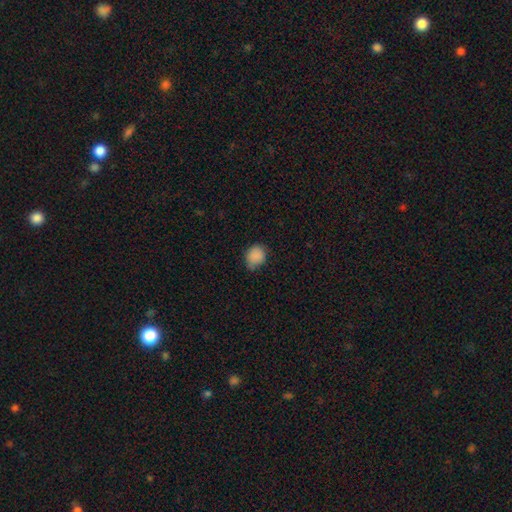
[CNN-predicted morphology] Smooth or featured: smooth — 87% (star or artifact — 9%)
How rounded: round — 65% (in between — 34%)
Merging: none — 62% (minor disturbance — 31%)